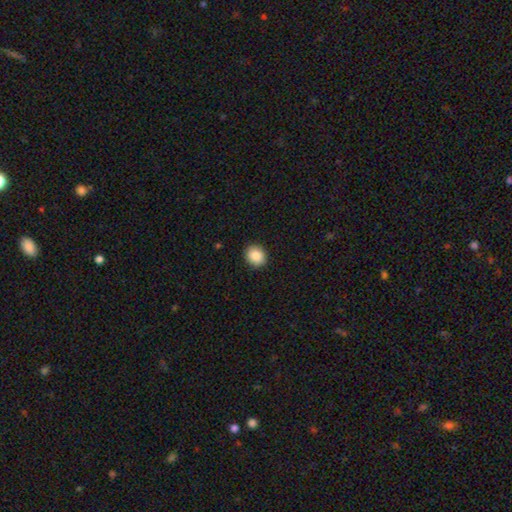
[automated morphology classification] This appears to be a smooth galaxy with no disk features (89%) that is round (71%). Merging: none (91%).